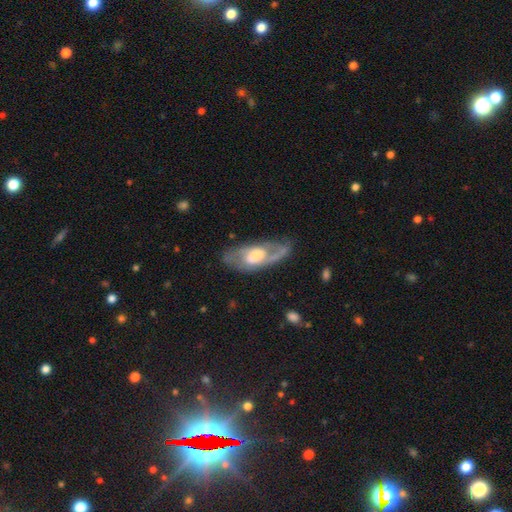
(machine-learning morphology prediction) Smooth or featured? Predicted: featured or disk (p=0.75). Edge-on disk? Predicted: no (p=0.90). Bar? Predicted: weak (p=0.46). Spiral arms? Predicted: yes (p=0.85). Spiral winding? Predicted: medium (p=0.48). Spiral arm count? Predicted: 2 (p=0.68). Bulge size? Predicted: moderate (p=0.52). Merging? Predicted: none (p=0.68).